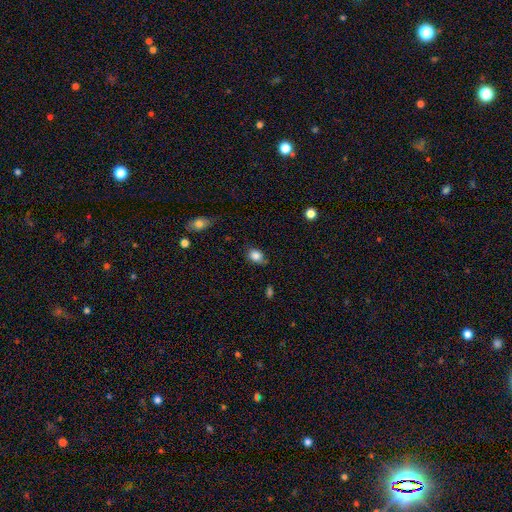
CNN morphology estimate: Q: Smooth or featured?
A: smooth (84%); runner-up: star or artifact (9%)
Q: How rounded?
A: in between (60%); runner-up: round (39%)
Q: Merging?
A: none (65%); runner-up: minor disturbance (28%)